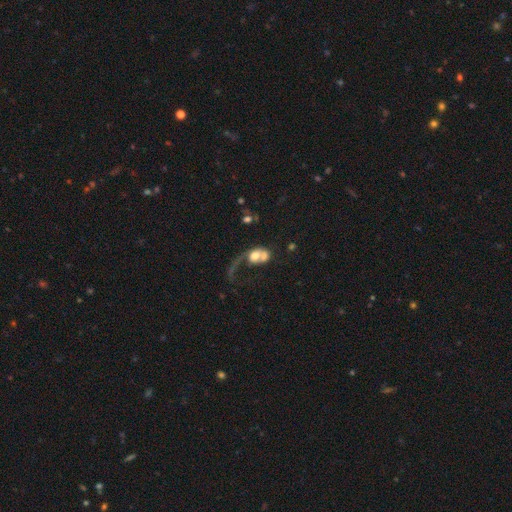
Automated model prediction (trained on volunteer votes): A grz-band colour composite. It shows a smooth galaxy with no disk features (46%). Merging: merger (49%).